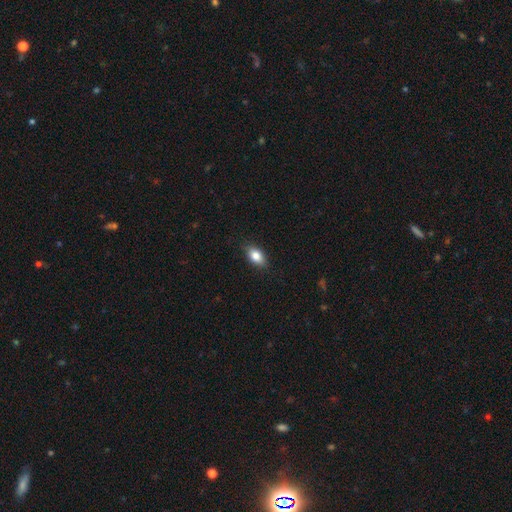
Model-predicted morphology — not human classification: The model was most divided on "smooth or featured": smooth: 82%, featured or disk: 10%, star or artifact: 8%. More confident: how rounded — in between (86%); merging — none (85%).